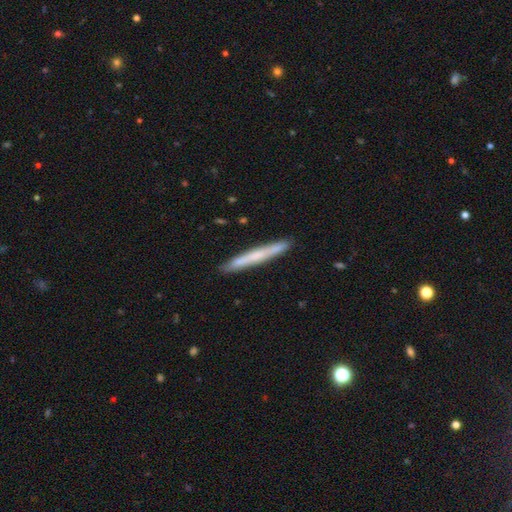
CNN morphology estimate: smooth_or_featured: smooth (p=0.56) [alt: featured or disk p=0.38]
how_rounded: cigar-shaped (p=0.97) [alt: in between p=0.02]
merging: none (p=0.90) [alt: minor disturbance p=0.07]